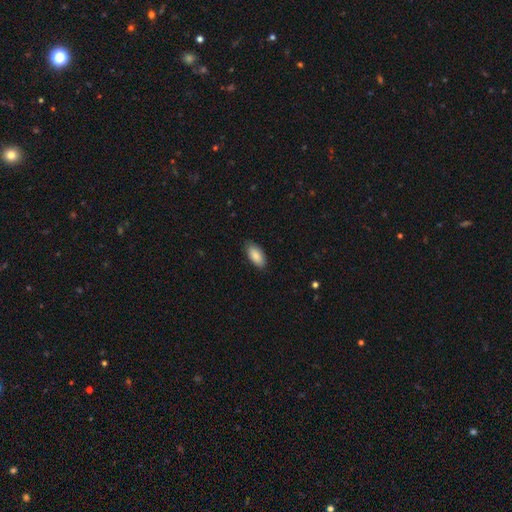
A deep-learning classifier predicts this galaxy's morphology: Q: Smooth or featured?
A: smooth (88%); runner-up: star or artifact (6%)
Q: How rounded?
A: in between (92%); runner-up: cigar-shaped (6%)
Q: Merging?
A: none (84%); runner-up: minor disturbance (12%)